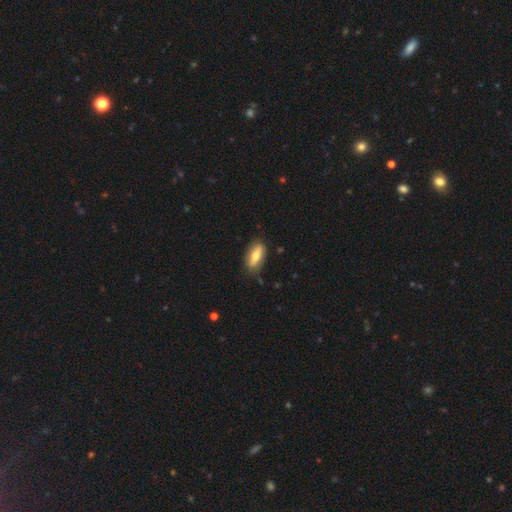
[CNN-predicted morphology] Q: Smooth or featured?
A: smooth (65%); runner-up: featured or disk (29%)
Q: How rounded?
A: in between (74%); runner-up: cigar-shaped (22%)
Q: Merging?
A: none (78%); runner-up: minor disturbance (17%)